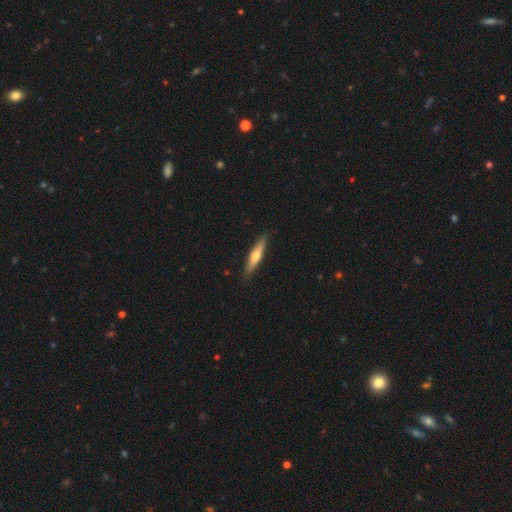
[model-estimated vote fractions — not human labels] Morphology: type=smooth (48%); merging=none (89%).